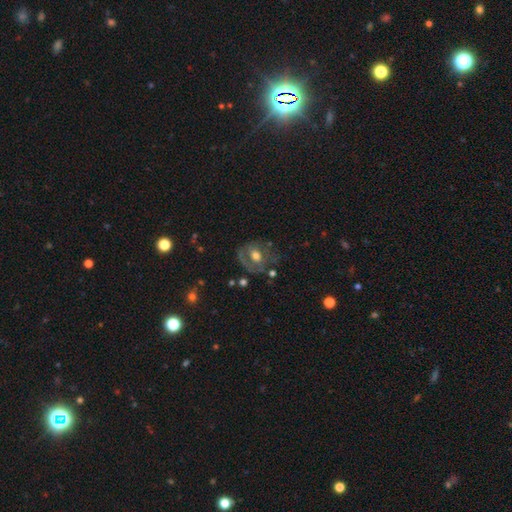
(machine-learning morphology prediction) A featured or disk galaxy (55%) with no bar (65%), no spiral arms (59%) and a moderate central bulge (68%). Merging: none (58%).